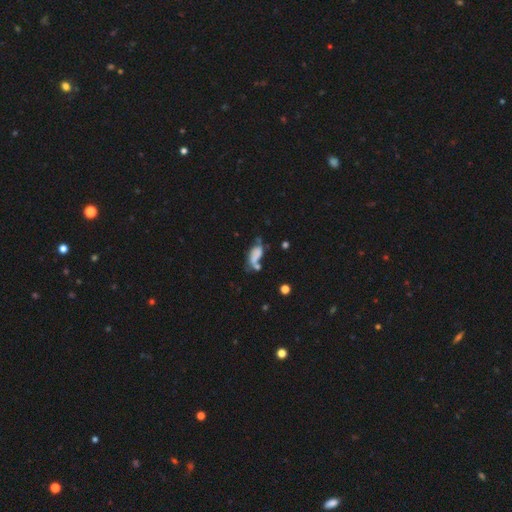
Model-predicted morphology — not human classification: Smooth or featured: smooth — 56% (featured or disk — 32%)
How rounded: in between — 82% (cigar-shaped — 13%)
Merging: merger — 33% (none — 25%)